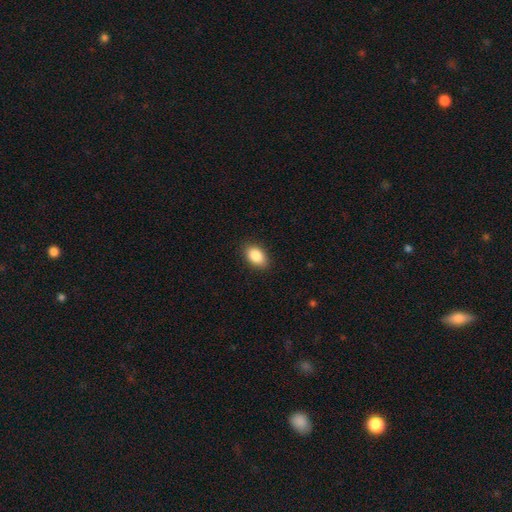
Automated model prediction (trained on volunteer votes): This is clearly a smooth galaxy (88%). How rounded: clearly in between (89%). Merging: clearly none (88%).